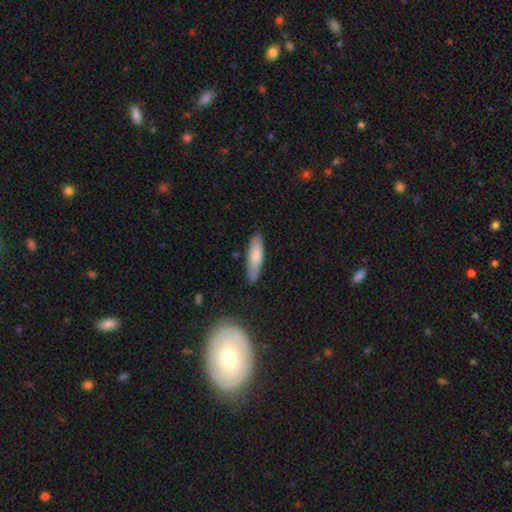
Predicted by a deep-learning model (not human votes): This appears to be a smooth galaxy with no disk features (76%) that is cigar-shaped (64%). Merging: none (83%).